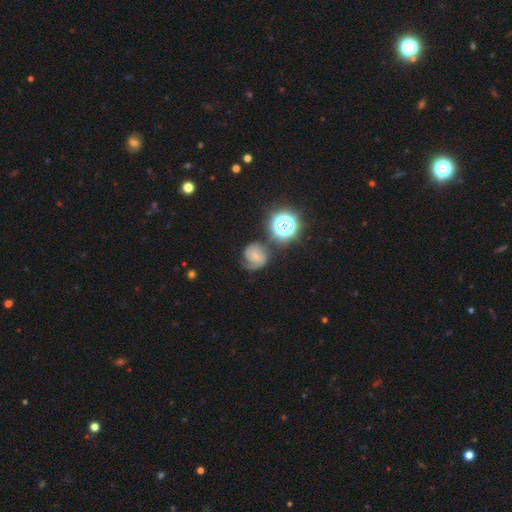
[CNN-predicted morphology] This is likely a featured or disk galaxy (66%). It is clearly not viewed edge-on (98%). Bar: possibly no (58%). Spiral arm pattern: clearly yes (94%). Spiral arm count: possibly 2 (56%). Spiral winding: marginally tight (45%). Central bulge: possibly small (56%). Merging: possibly none (57%).